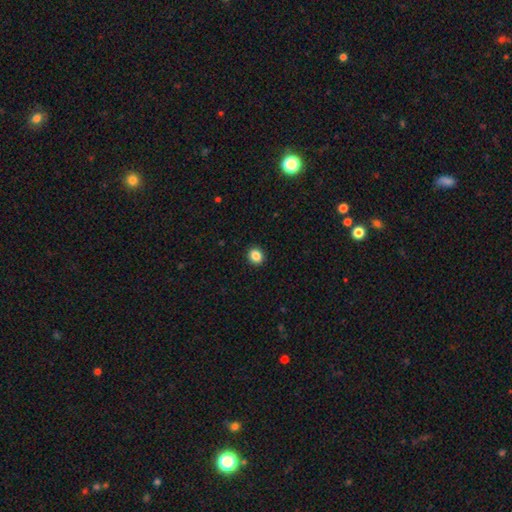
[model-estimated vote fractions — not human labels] Overall: smooth (86%). How rounded: round (69%; in between 30%). Merging: none (92%).